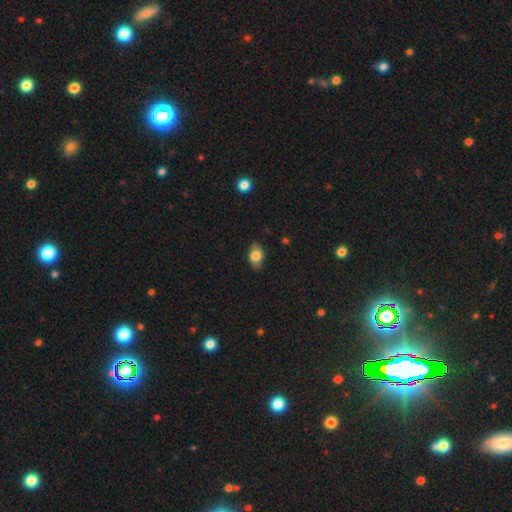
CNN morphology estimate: This appears to be a smooth galaxy with no disk features (78%) that is in between round and cigar-shaped (86%). Merging: none (82%).